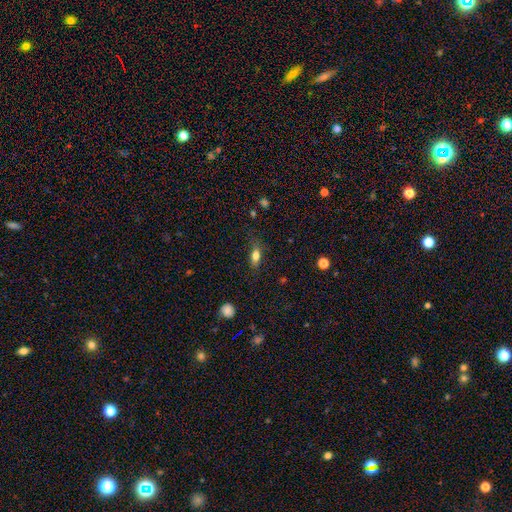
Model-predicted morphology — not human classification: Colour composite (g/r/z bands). It shows a smooth galaxy with no disk features (75%) that is in between round and cigar-shaped (71%). Merging: none (73%).